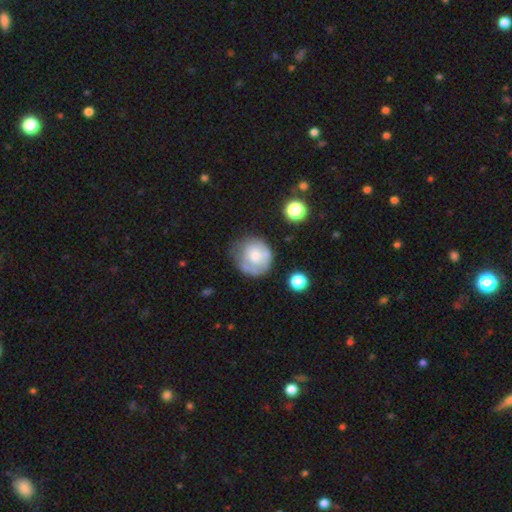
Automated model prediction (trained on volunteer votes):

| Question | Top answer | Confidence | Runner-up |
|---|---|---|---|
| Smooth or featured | smooth | 54% | featured or disk (37%) |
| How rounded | round | 82% | in between (17%) |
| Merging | none | 55% | minor disturbance (26%) |